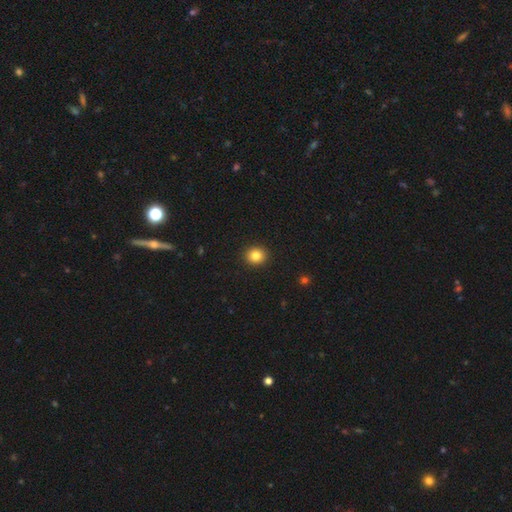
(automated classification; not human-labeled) Overall: smooth (83%). How rounded: round (85%). Merging: none (93%).